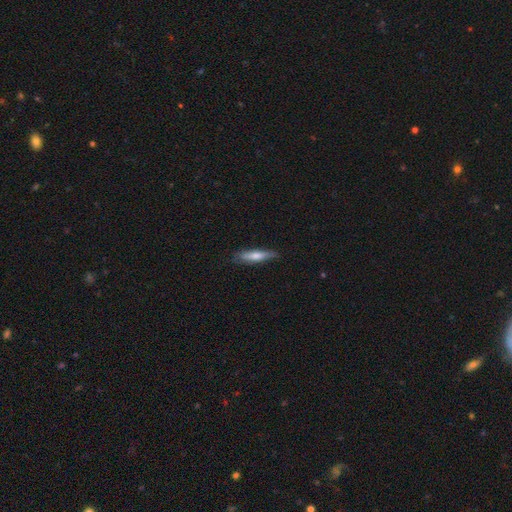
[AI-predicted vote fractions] Smooth or featured?
  - smooth: 58% *
  - featured or disk: 36%
  - star or artifact: 6%
How rounded?
  - cigar-shaped: 82% *
  - in between: 17%
  - round: 2%
Merging?
  - none: 80% *
  - minor disturbance: 16%
  - major disturbance: 3%
  - merger: 1%